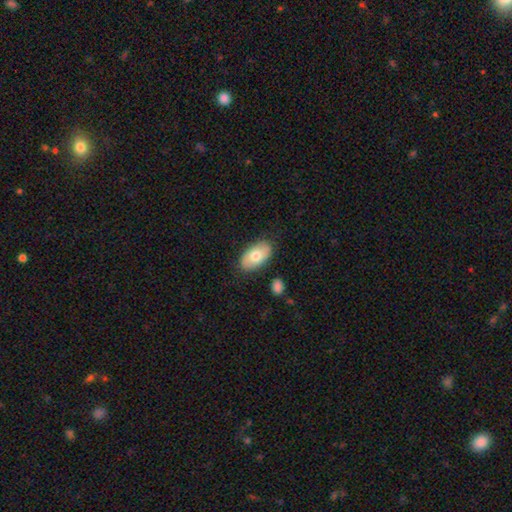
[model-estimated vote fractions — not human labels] Smooth or featured? Predicted: smooth (p=0.72). How rounded? Predicted: in between (p=0.94). Merging? Predicted: none (p=0.82).